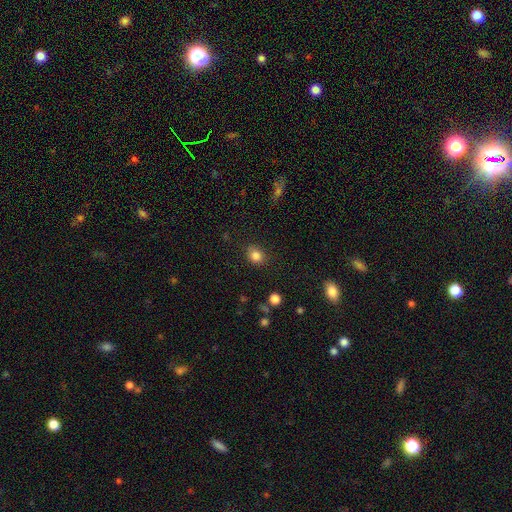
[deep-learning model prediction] This is clearly a smooth galaxy (84%). How rounded: possibly round (58%). Merging: clearly none (83%).